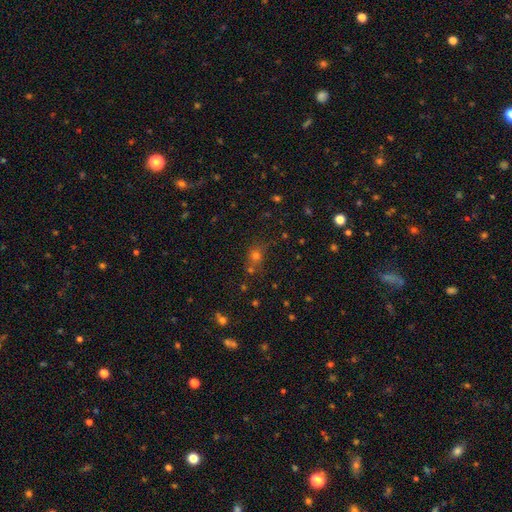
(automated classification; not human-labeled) This is likely a smooth galaxy (63%). How rounded: likely round (79%). Merging: likely none (64%).